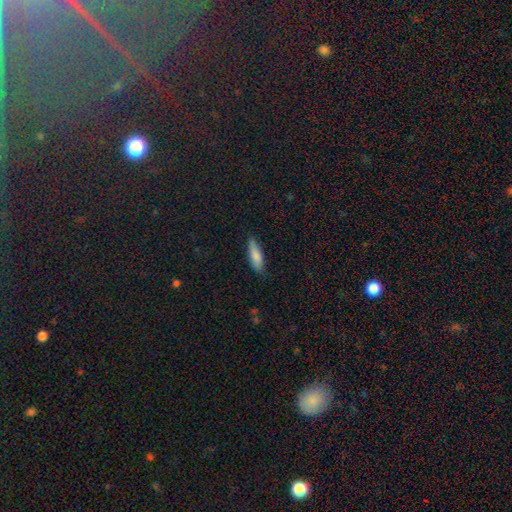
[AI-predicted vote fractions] smooth-or-featured: smooth: 84% | featured or disk: 10% | star or artifact: 6%
  how-rounded: cigar-shaped: 53% | in between: 46% | round: 2%
  merging: none: 80% | minor disturbance: 16% | major disturbance: 3% | merger: 1%